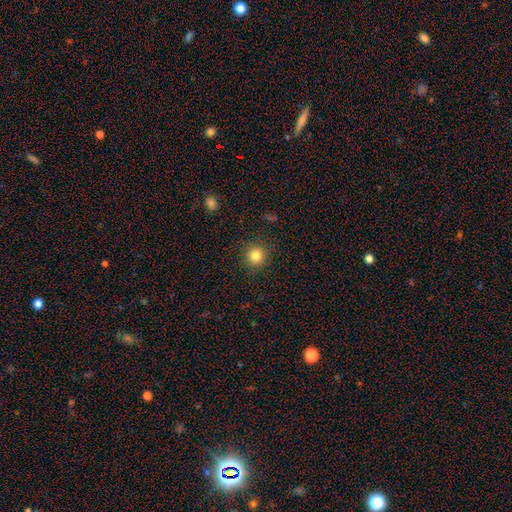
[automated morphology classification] Q: Smooth or featured?
A: smooth (82%); runner-up: star or artifact (12%)
Q: How rounded?
A: round (94%); runner-up: in between (5%)
Q: Merging?
A: none (91%); runner-up: minor disturbance (6%)